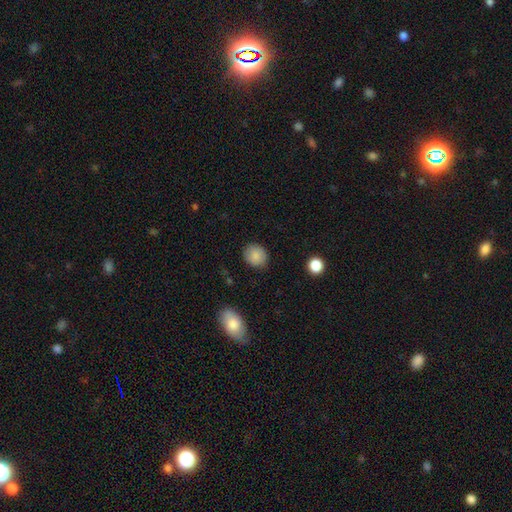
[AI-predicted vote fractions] A smooth galaxy with no disk features (87%) that is round (79%).

Vote fractions:
- Smooth or featured? smooth: 87% / star or artifact: 8% / featured or disk: 5%
- How rounded? round: 79% / in between: 20% / cigar-shaped: 1%
- Merging? none: 87% / minor disturbance: 9% / major disturbance: 3% / merger: 1%